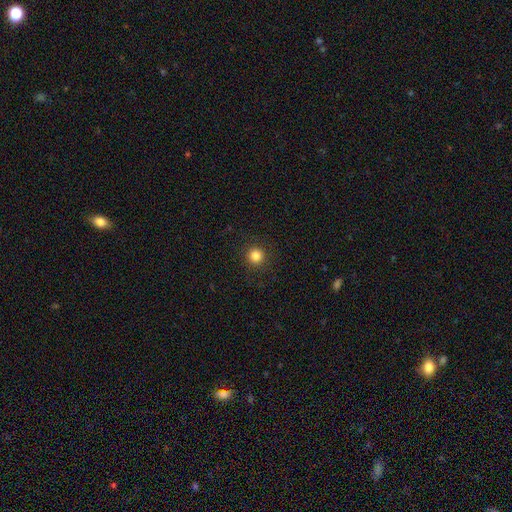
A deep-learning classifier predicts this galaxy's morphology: smooth_or_featured: smooth (p=0.84) [alt: star or artifact p=0.12]
how_rounded: round (p=0.95) [alt: in between p=0.04]
merging: none (p=0.92) [alt: minor disturbance p=0.05]